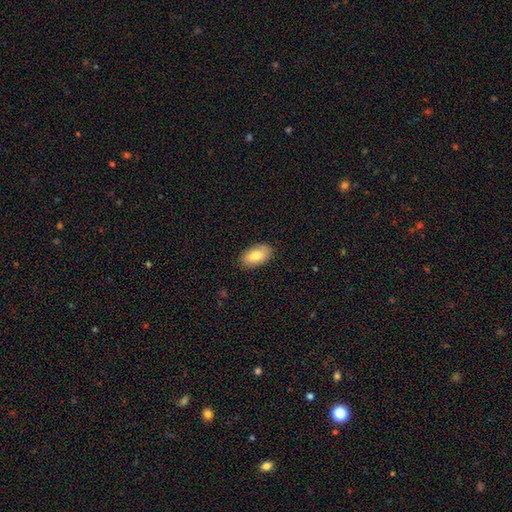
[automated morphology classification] smooth 79%, featured or disk 15%, star or artifact 6%. Down the decision tree: how rounded — in between (94%); merging — none (87%).